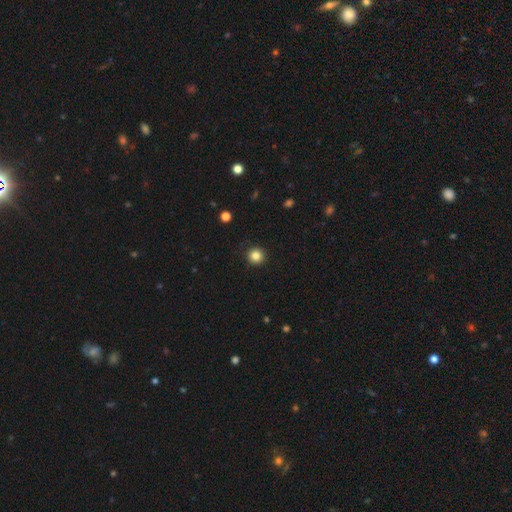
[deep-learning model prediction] The model was most divided on "smooth or featured": smooth: 84%, star or artifact: 11%, featured or disk: 5%. More confident: how rounded — round (95%); merging — none (92%).